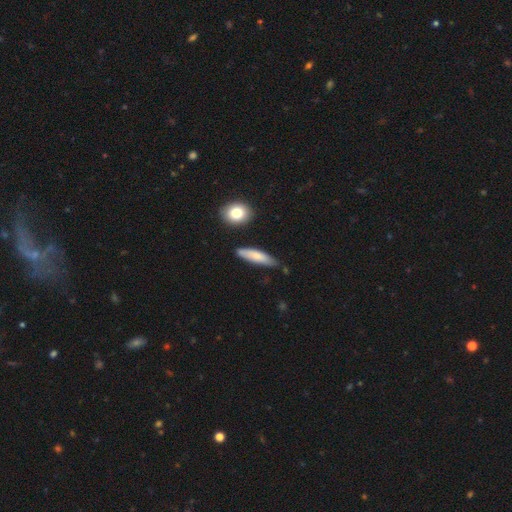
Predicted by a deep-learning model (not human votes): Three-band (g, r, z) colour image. It shows a smooth galaxy with no disk features (75%) that is cigar-shaped (68%). Merging: none (74%).